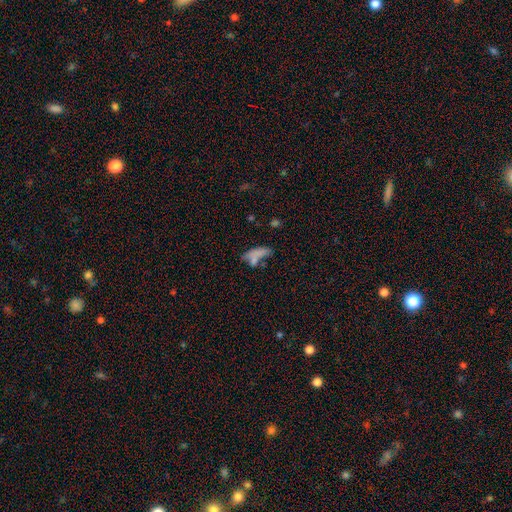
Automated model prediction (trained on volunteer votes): Q: Smooth or featured?
A: smooth (67%); runner-up: featured or disk (20%)
Q: How rounded?
A: in between (67%); runner-up: cigar-shaped (28%)
Q: Merging?
A: merger (33%); runner-up: none (32%)